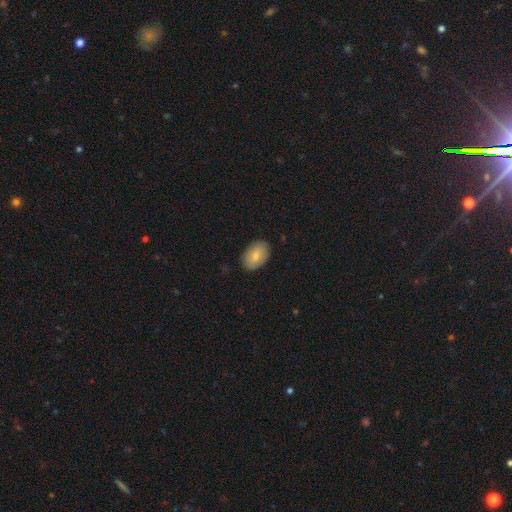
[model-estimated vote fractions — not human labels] Morphology: type=smooth (82%); roundness=in between (88%); merging=none (86%).